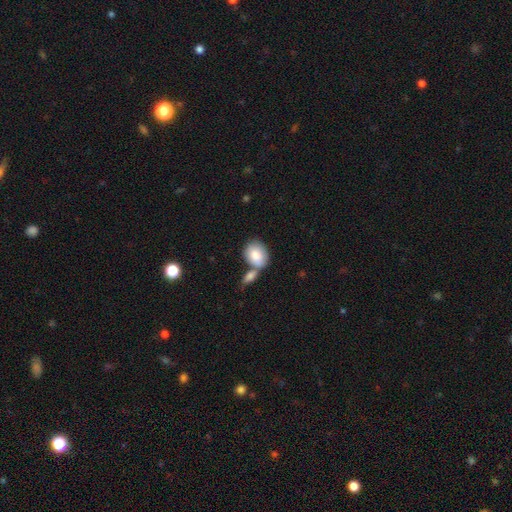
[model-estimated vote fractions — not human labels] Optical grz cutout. It shows a smooth galaxy with no disk features (82%) that is in between round and cigar-shaped (64%). Merging: merger (42%).